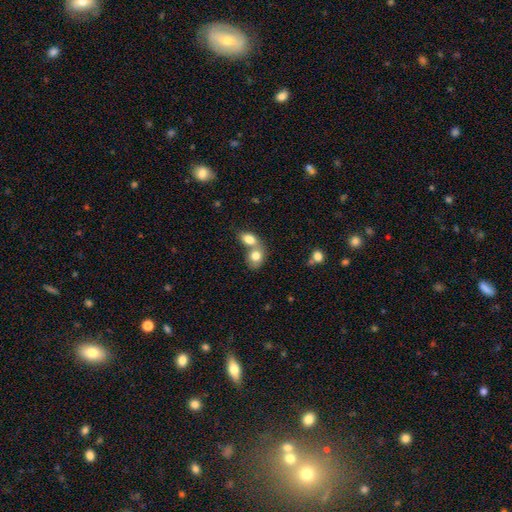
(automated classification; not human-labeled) Overall: smooth (79%). How rounded: in between (60%; round 39%). Merging: merger (67%).